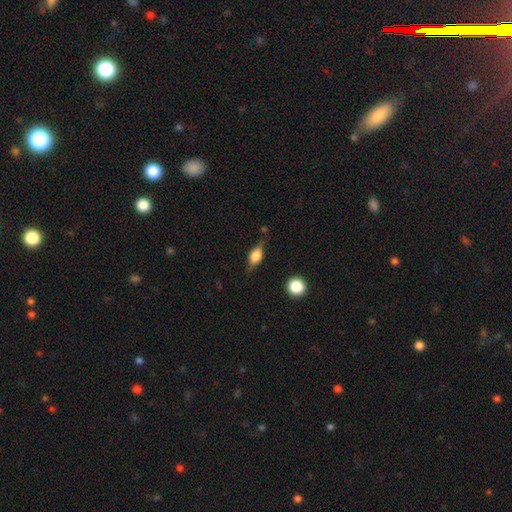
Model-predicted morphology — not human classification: Smooth or featured: smooth — 58% (featured or disk — 34%)
How rounded: in between — 73% (round — 15%)
Merging: none — 66% (minor disturbance — 24%)